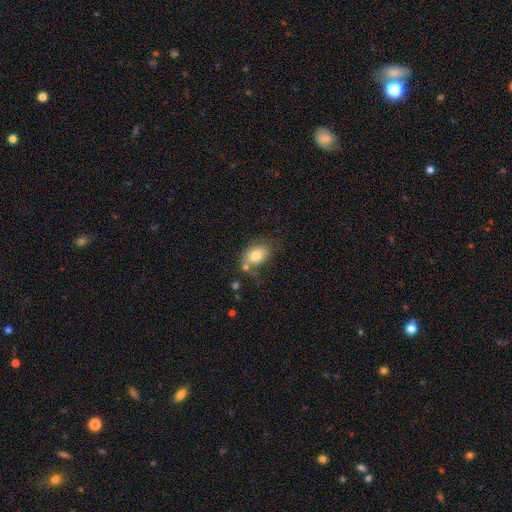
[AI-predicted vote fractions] A smooth galaxy with no disk features (78%) that is in between round and cigar-shaped (82%). Merging: none (53%).